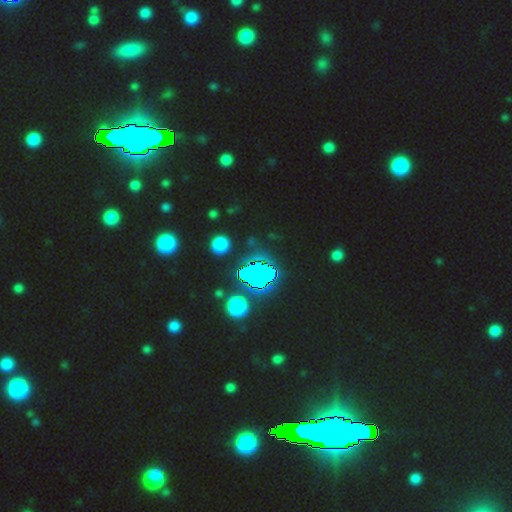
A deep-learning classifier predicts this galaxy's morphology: smooth-or-featured: star or artifact: 82% | smooth: 10% | featured or disk: 8%